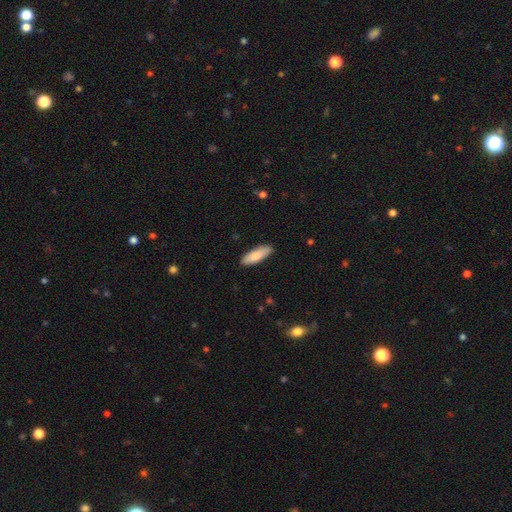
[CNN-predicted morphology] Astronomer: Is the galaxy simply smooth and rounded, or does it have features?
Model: smooth — 86%.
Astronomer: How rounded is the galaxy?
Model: in between — 59% (runner-up: cigar-shaped, 39%).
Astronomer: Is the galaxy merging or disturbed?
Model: none — 88%.